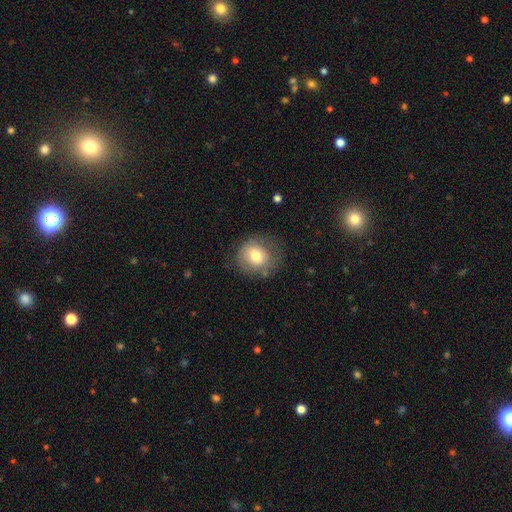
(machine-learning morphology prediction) Q: Smooth or featured?
A: smooth (70%); runner-up: featured or disk (22%)
Q: How rounded?
A: round (79%); runner-up: in between (20%)
Q: Merging?
A: none (67%); runner-up: minor disturbance (21%)